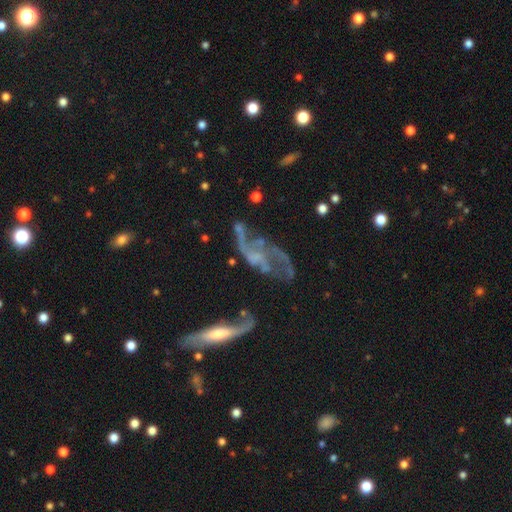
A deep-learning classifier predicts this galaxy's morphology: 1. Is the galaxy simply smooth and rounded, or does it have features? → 79% featured or disk, 11% smooth, 10% star or artifact.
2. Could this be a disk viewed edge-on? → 90% no, 10% yes.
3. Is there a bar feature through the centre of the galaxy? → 63% no, 29% weak, 9% strong.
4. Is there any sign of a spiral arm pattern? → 78% yes, 22% no.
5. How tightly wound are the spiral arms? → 57% loose, 31% medium, 11% tight.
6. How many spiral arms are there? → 58% 2, 18% can't tell, 10% 3, 7% 1, 4% 4, 3% more than 4.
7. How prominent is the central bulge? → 55% none, 26% small, 15% moderate, 3% large, 1% dominant.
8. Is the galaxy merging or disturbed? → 42% none, 28% major disturbance, 19% minor disturbance, 11% merger.